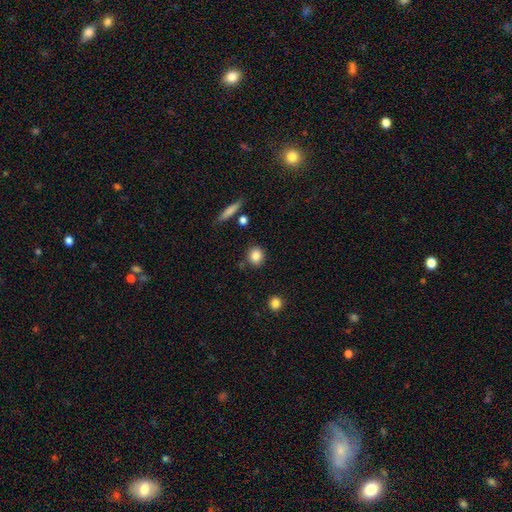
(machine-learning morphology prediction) Smooth or featured? smooth (85%)
How rounded? round (74%)
Merging? none (83%)